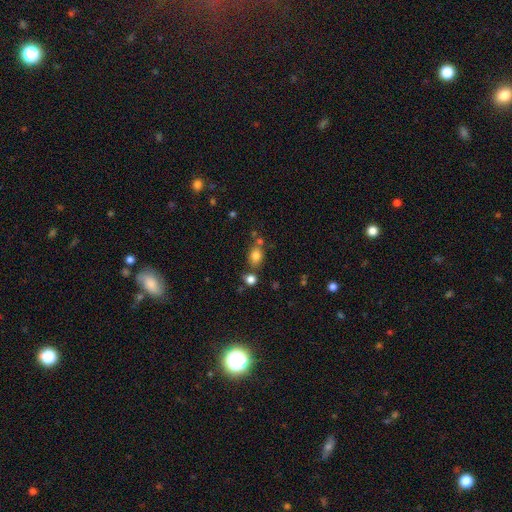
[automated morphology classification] Q: Smooth or featured?
A: smooth (80%); runner-up: star or artifact (13%)
Q: How rounded?
A: in between (55%); runner-up: round (43%)
Q: Merging?
A: none (66%); runner-up: merger (16%)